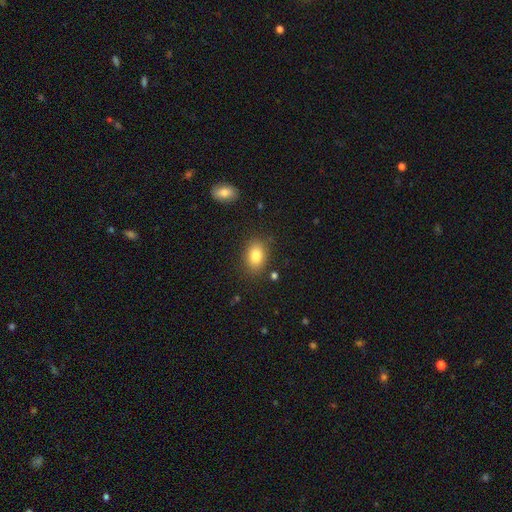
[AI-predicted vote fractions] Morphology: type=smooth (81%); roundness=in between (79%); merging=none (84%).